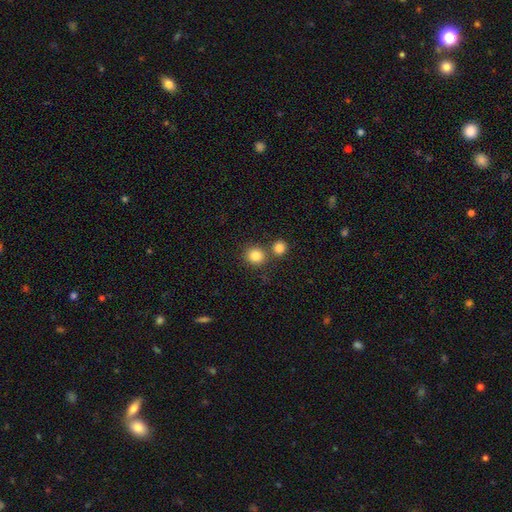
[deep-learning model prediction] Smooth or featured? smooth (84%)
How rounded? round (88%)
Merging? none (71%)